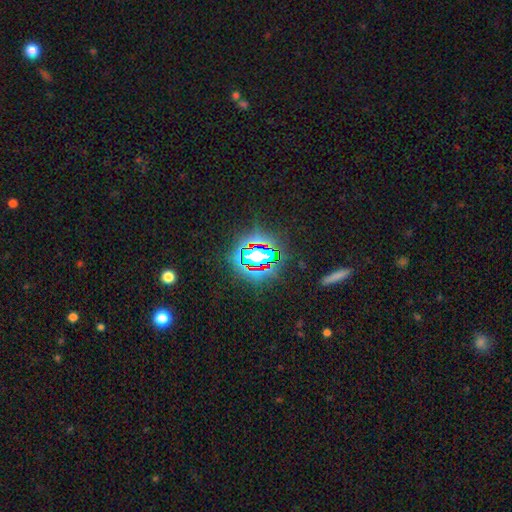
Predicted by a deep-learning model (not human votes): A star or artifact, not a galaxy (72%).

Vote fractions:
- Smooth or featured? star or artifact: 72% / smooth: 17% / featured or disk: 11%